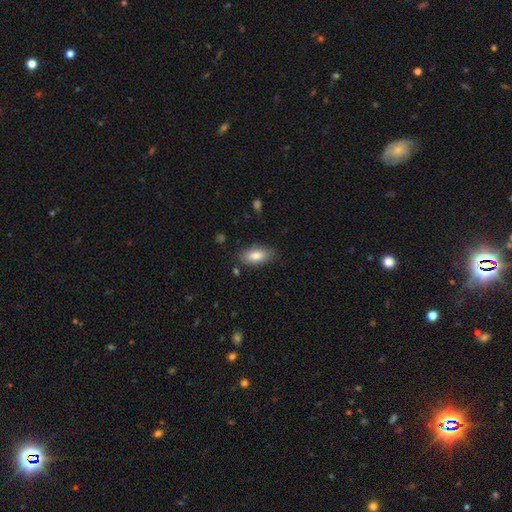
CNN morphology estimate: Smooth or featured? Predicted: smooth (p=0.84). How rounded? Predicted: in between (p=0.90). Merging? Predicted: none (p=0.83).